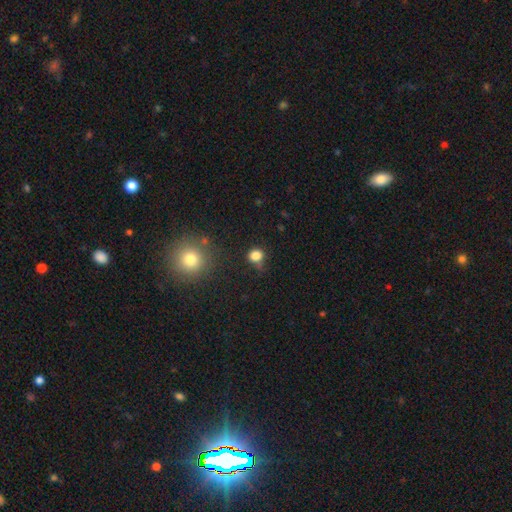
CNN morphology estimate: type=smooth (82%); roundness=round (77%); merging=none (65%).